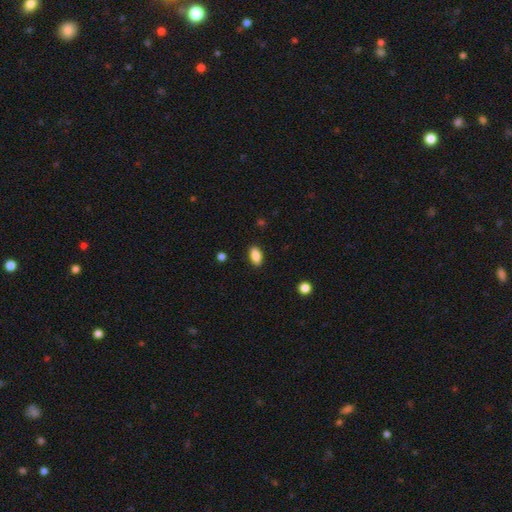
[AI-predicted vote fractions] A smooth galaxy with no disk features (88%) that is in between round and cigar-shaped (91%). Merging: none (88%).